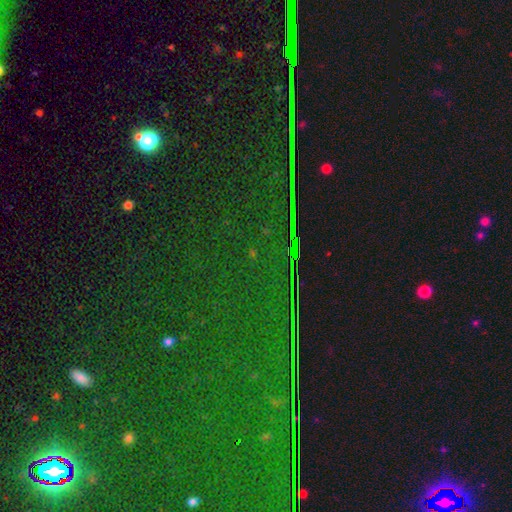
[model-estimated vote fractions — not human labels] A star or artifact, not a galaxy (86%).